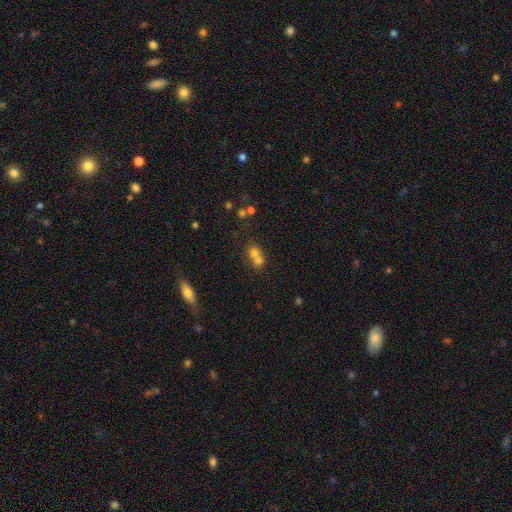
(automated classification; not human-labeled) Smooth or featured?
  - smooth: 68% *
  - featured or disk: 18%
  - star or artifact: 15%
How rounded?
  - round: 71% *
  - in between: 28%
  - cigar-shaped: 1%
Merging?
  - merger: 66% *
  - none: 26%
  - minor disturbance: 5%
  - major disturbance: 3%